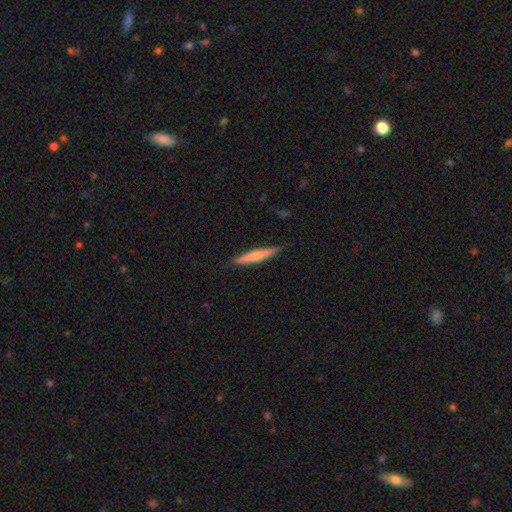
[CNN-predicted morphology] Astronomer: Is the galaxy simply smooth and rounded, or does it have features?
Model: smooth — 58% (runner-up: featured or disk, 37%).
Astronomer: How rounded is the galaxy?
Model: cigar-shaped — 93%.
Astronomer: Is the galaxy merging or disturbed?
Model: none — 88%.